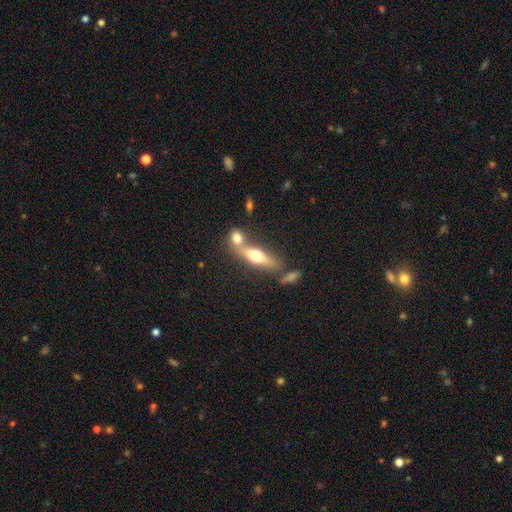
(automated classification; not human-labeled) smooth-or-featured: smooth: 52% | featured or disk: 41% | star or artifact: 7%
  how-rounded: cigar-shaped: 52% | in between: 43% | round: 5%
  merging: none: 44% | merger: 40% | minor disturbance: 11% | major disturbance: 5%